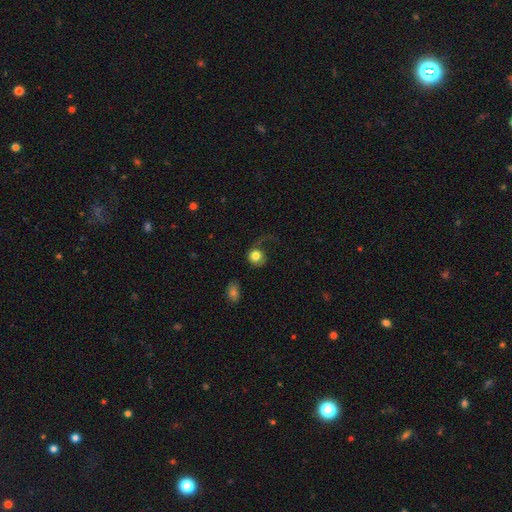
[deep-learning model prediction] This is likely a smooth galaxy (72%). How rounded: clearly round (83%). Merging: possibly major disturbance (46%).